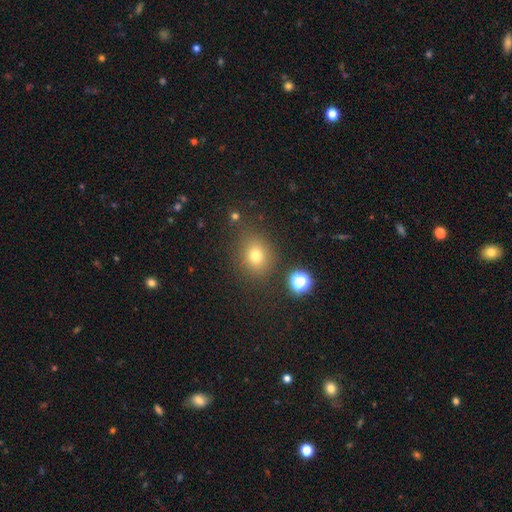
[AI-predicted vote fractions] Smooth or featured: smooth — 74% (star or artifact — 17%)
How rounded: round — 66% (in between — 33%)
Merging: none — 79% (minor disturbance — 12%)